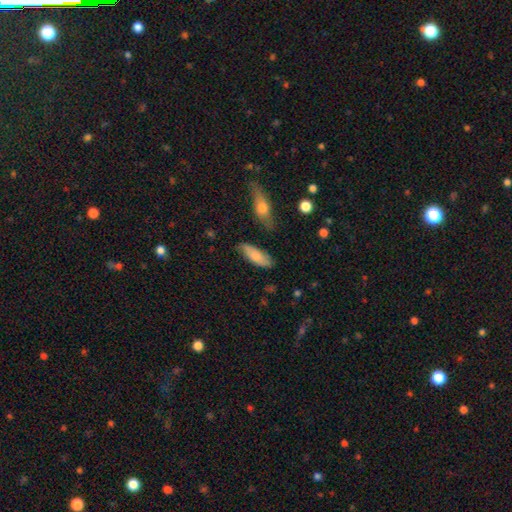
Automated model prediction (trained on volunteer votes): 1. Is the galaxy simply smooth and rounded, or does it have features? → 78% smooth, 16% featured or disk, 6% star or artifact.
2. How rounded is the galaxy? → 69% in between, 29% cigar-shaped, 2% round.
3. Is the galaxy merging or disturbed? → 74% none, 18% minor disturbance, 4% merger, 4% major disturbance.